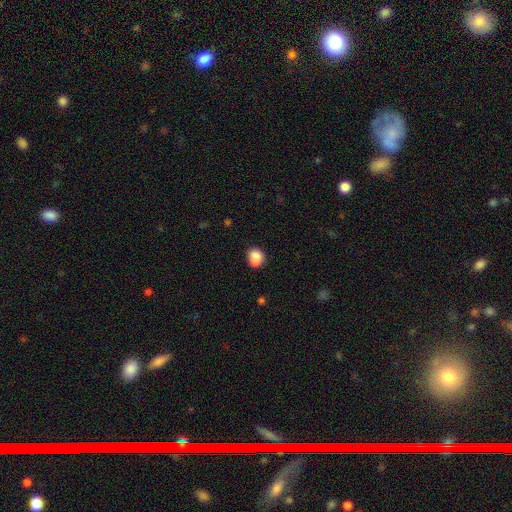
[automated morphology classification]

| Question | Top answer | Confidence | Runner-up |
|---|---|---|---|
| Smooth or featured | smooth | 78% | featured or disk (12%) |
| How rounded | round | 59% | in between (40%) |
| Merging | none | 41% | merger (40%) |